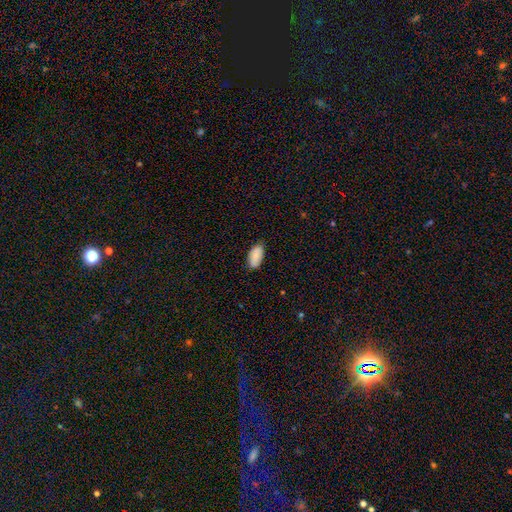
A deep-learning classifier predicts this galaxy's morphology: Smooth or featured? Predicted: smooth (p=0.83). How rounded? Predicted: in between (p=0.95). Merging? Predicted: none (p=0.80).